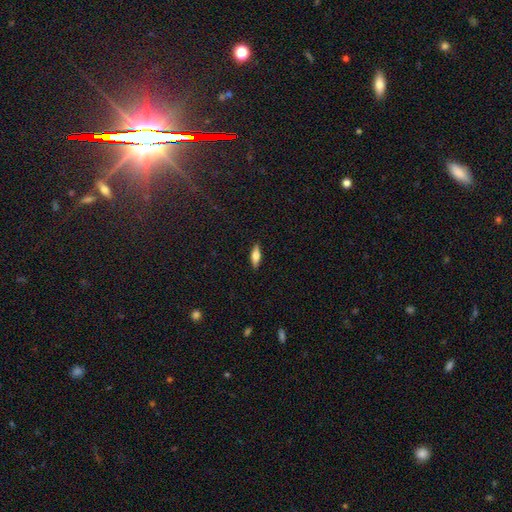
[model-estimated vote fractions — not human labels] Morphology: type=smooth (67%); roundness=in between (57%); merging=none (89%).